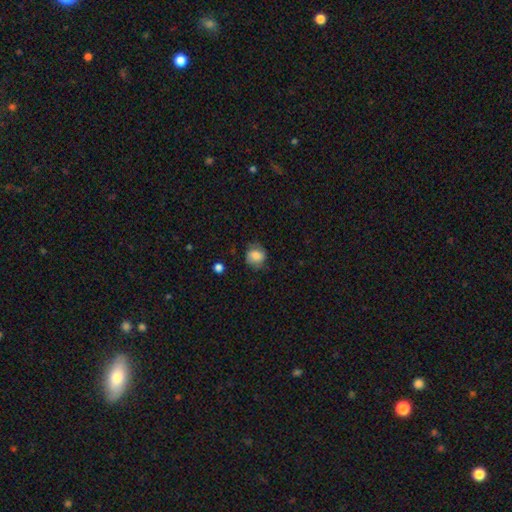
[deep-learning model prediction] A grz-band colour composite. It shows a smooth galaxy with no disk features (80%) that is round (77%). Merging: none (73%).